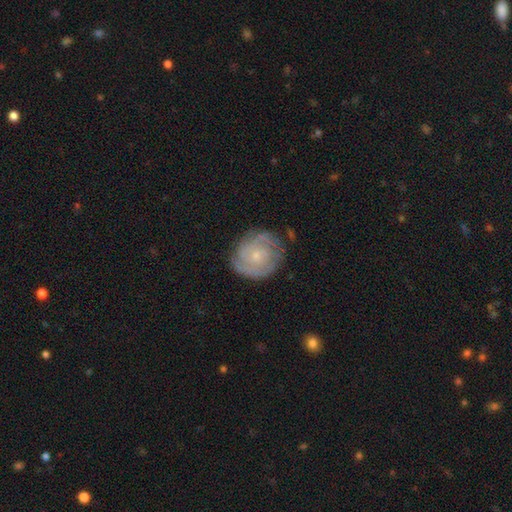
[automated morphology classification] Smooth or featured?
  - featured or disk: 73% *
  - smooth: 20%
  - star or artifact: 6%
Edge-on disk?
  - no: 98% *
  - yes: 2%
Bar?
  - no: 79% *
  - weak: 18%
  - strong: 3%
Spiral arms?
  - yes: 90% *
  - no: 10%
Spiral winding?
  - tight: 69% *
  - medium: 24%
  - loose: 7%
Spiral arm count?
  - can't tell: 34% *
  - 2: 32%
  - 3: 18%
  - 4: 7%
  - 1: 5%
  - more than 4: 5%
Bulge size?
  - small: 75% *
  - moderate: 19%
  - none: 3%
  - large: 1%
  - dominant: 1%
Merging?
  - none: 76% *
  - minor disturbance: 17%
  - major disturbance: 5%
  - merger: 1%